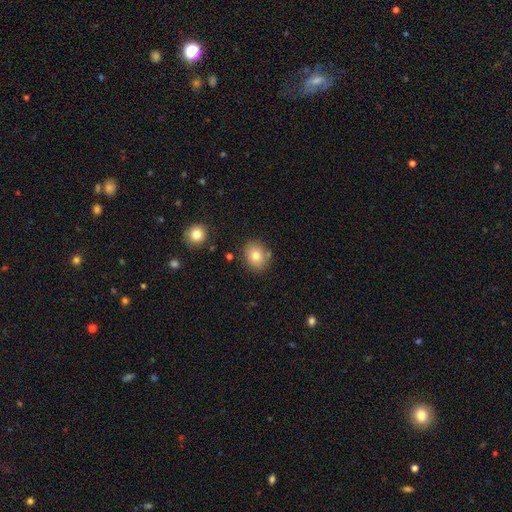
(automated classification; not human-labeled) Smooth or featured? Predicted: smooth (p=0.77). How rounded? Predicted: round (p=0.59). Merging? Predicted: none (p=0.81).